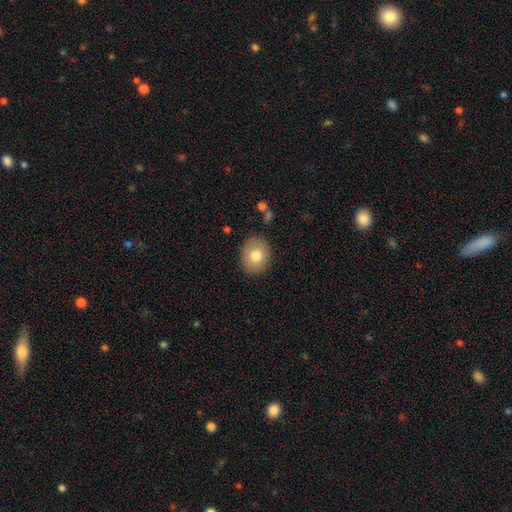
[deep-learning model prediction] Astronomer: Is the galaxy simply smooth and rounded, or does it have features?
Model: smooth — 79%.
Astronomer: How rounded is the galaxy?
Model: round — 55% (runner-up: in between, 44%).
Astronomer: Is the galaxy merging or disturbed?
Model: none — 87%.